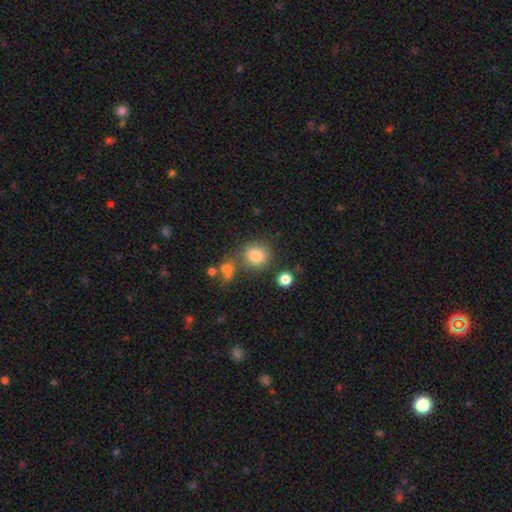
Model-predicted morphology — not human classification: type=smooth (82%); roundness=round (82%); merging=none (71%).